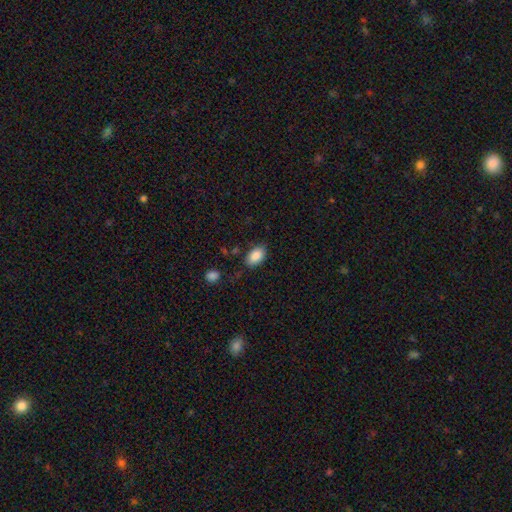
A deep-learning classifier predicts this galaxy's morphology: type=smooth (88%); roundness=in between (91%); merging=none (78%).